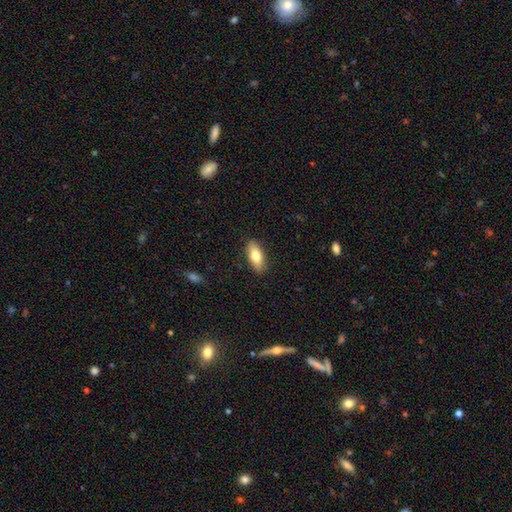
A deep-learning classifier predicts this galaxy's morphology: Smooth or featured?
  - smooth: 77% *
  - featured or disk: 17%
  - star or artifact: 6%
How rounded?
  - in between: 79% *
  - cigar-shaped: 18%
  - round: 3%
Merging?
  - none: 88% *
  - minor disturbance: 9%
  - major disturbance: 2%
  - merger: 1%